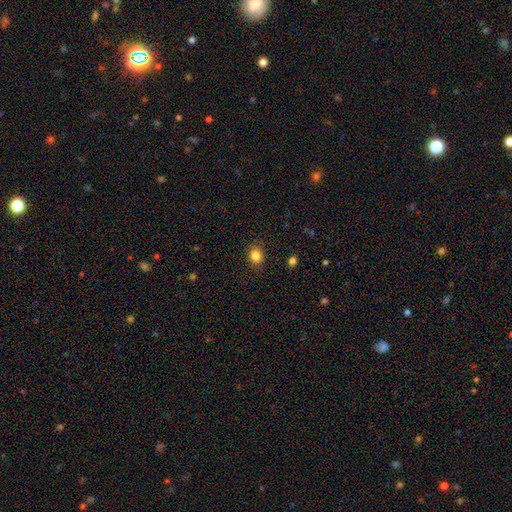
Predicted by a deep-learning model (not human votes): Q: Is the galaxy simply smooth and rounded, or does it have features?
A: smooth — 83%.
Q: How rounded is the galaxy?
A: round — 63%.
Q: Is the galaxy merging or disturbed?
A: none — 86%.